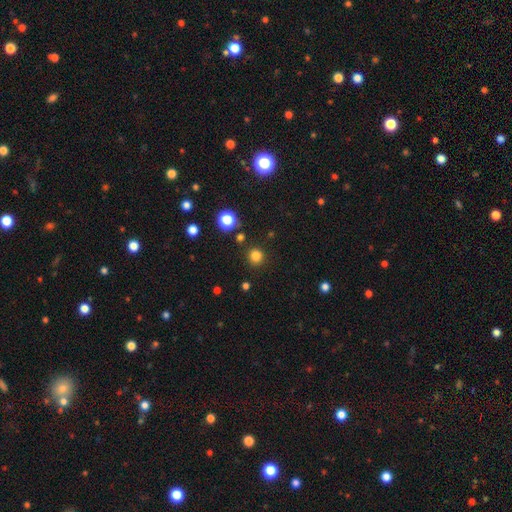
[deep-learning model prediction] smooth_or_featured: smooth (p=0.81) [alt: star or artifact p=0.15]
how_rounded: round (p=0.93) [alt: in between p=0.06]
merging: none (p=0.90) [alt: minor disturbance p=0.06]